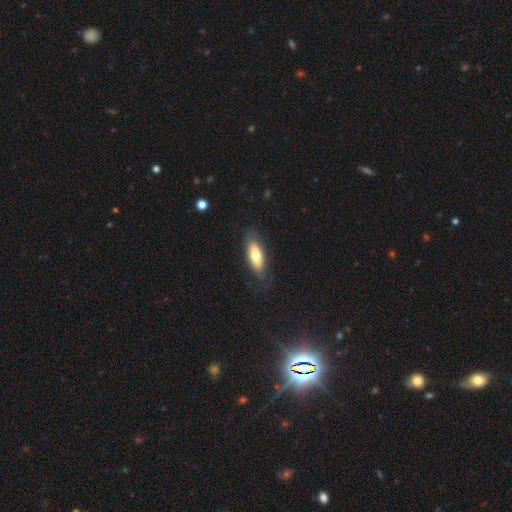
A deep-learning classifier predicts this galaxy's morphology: Q: Smooth or featured?
A: smooth (70%); runner-up: featured or disk (24%)
Q: How rounded?
A: in between (72%); runner-up: cigar-shaped (26%)
Q: Merging?
A: none (76%); runner-up: minor disturbance (16%)